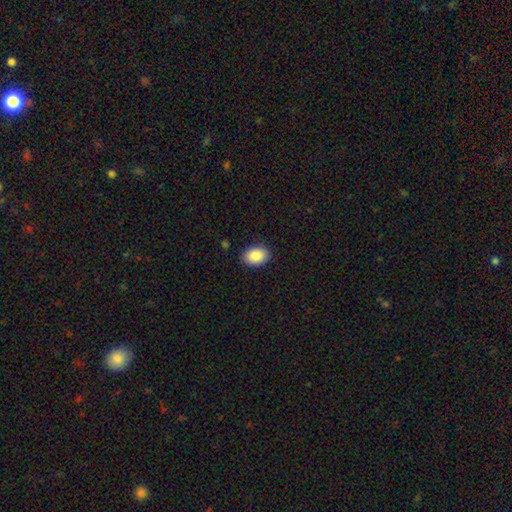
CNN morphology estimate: Smooth or featured? smooth (89%)
How rounded? in between (83%)
Merging? none (88%)